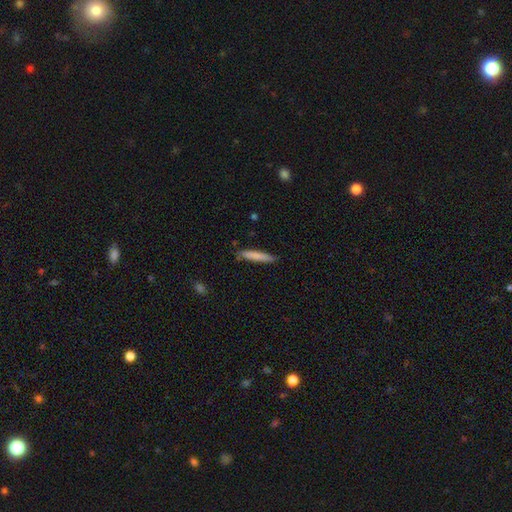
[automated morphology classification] This appears to be a smooth galaxy with no disk features (78%) that is cigar-shaped (92%). Merging: none (83%).